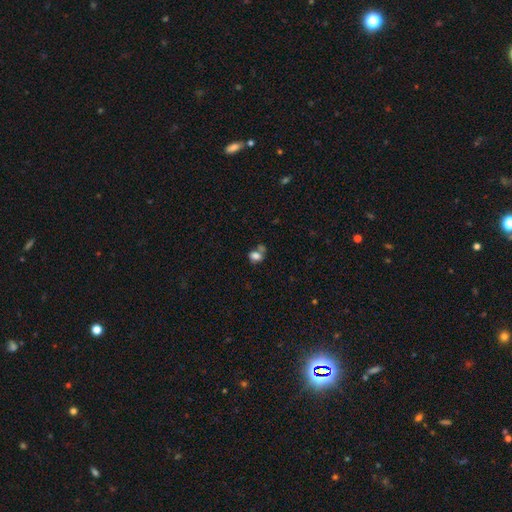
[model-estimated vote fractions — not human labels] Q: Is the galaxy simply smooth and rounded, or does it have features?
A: smooth — 76%.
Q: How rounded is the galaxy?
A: in between — 64%.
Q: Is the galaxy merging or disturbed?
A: none — 38%.